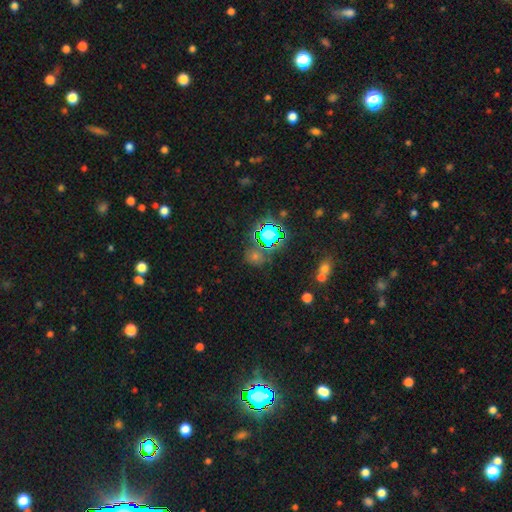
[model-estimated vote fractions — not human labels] Overall: star or artifact (63%; smooth 29%).